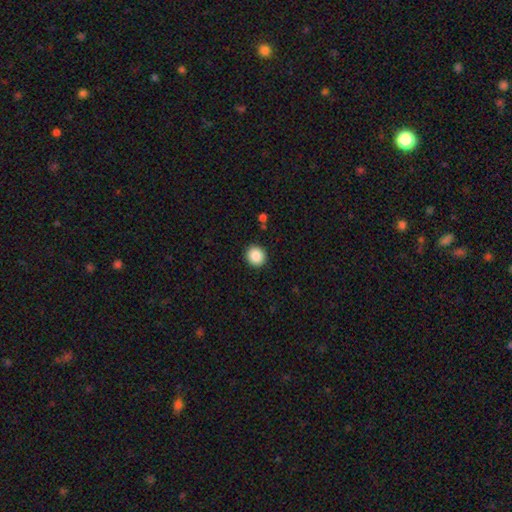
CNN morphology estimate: Smooth or featured? smooth (88%)
How rounded? round (87%)
Merging? none (91%)